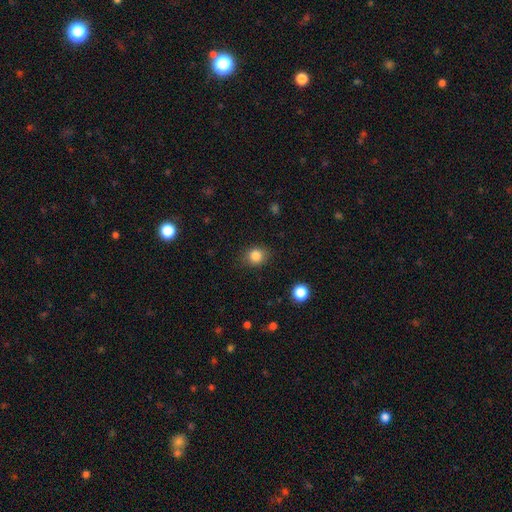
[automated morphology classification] smooth 84%, star or artifact 11%, featured or disk 5%. Down the decision tree: how rounded — round (71%); merging — none (84%).